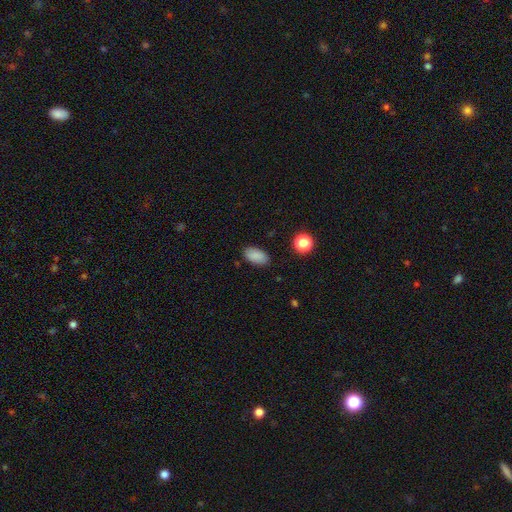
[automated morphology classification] smooth_or_featured: smooth (p=0.87) [alt: star or artifact p=0.09]
how_rounded: in between (p=0.93) [alt: round p=0.05]
merging: none (p=0.86) [alt: minor disturbance p=0.10]